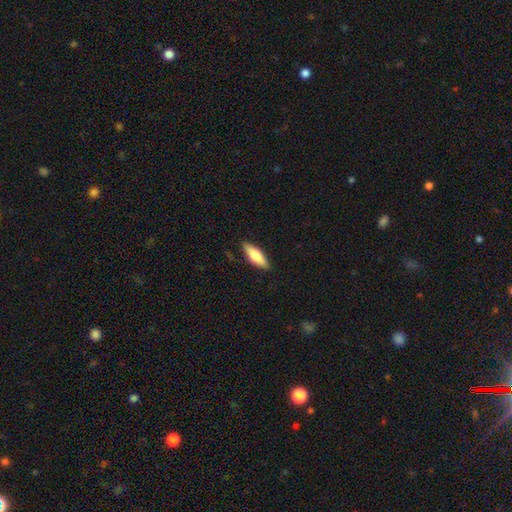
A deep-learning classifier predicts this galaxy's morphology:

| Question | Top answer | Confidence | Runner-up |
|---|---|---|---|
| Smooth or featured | smooth | 71% | featured or disk (23%) |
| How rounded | in between | 55% | cigar-shaped (43%) |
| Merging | none | 87% | minor disturbance (10%) |